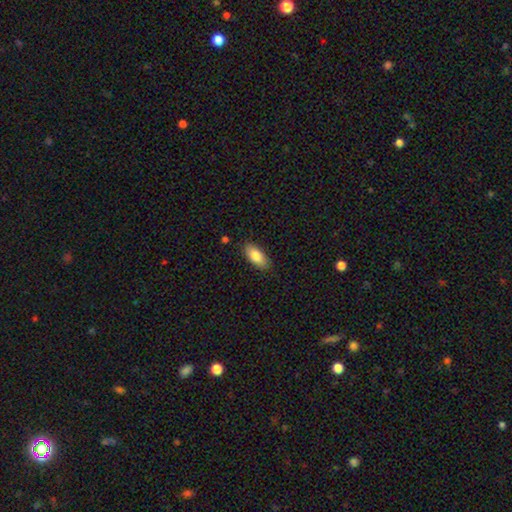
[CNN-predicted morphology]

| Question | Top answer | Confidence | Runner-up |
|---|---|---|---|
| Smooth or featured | smooth | 83% | featured or disk (11%) |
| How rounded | in between | 88% | cigar-shaped (10%) |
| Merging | none | 86% | minor disturbance (11%) |